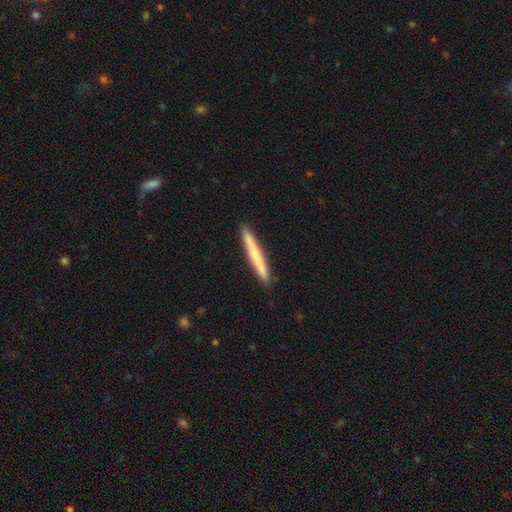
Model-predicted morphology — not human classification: Smooth or featured? smooth (62%)
How rounded? cigar-shaped (97%)
Merging? none (92%)